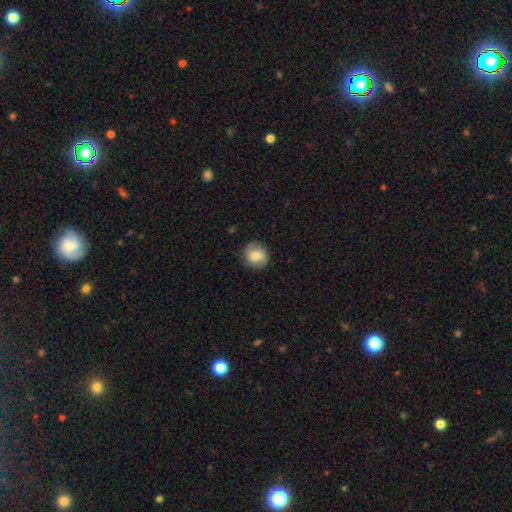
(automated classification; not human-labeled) Smooth or featured?
  - smooth: 64% *
  - featured or disk: 27%
  - star or artifact: 9%
How rounded?
  - round: 82% *
  - in between: 17%
  - cigar-shaped: 1%
Merging?
  - none: 83% *
  - minor disturbance: 13%
  - major disturbance: 4%
  - merger: 1%